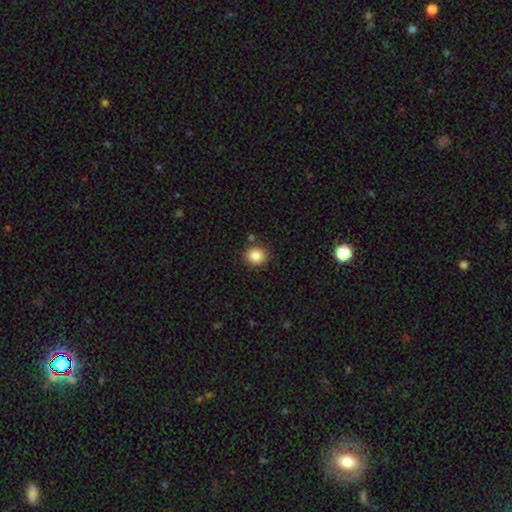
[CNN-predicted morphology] type=smooth (86%); roundness=round (78%); merging=none (85%).